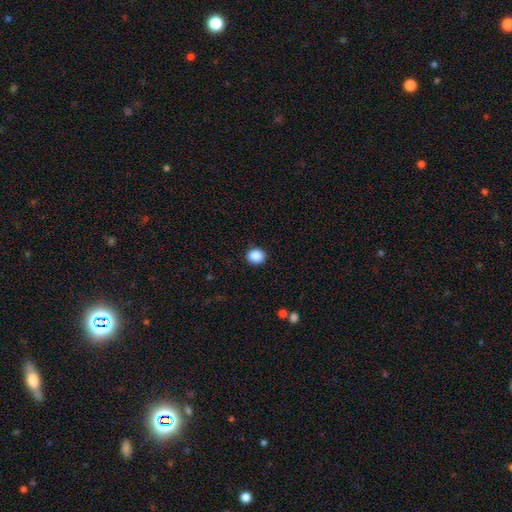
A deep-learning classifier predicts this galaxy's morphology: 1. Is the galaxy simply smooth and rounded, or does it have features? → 89% smooth, 9% star or artifact, 3% featured or disk.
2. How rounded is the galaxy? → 71% round, 28% in between, 1% cigar-shaped.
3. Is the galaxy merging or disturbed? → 90% none, 7% minor disturbance, 2% major disturbance, 1% merger.